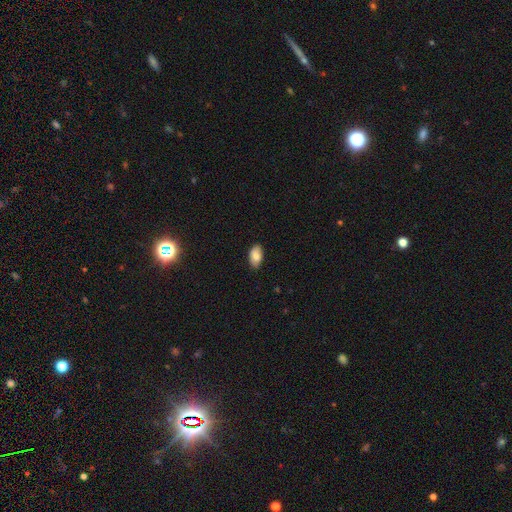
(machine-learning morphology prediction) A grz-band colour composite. It shows a smooth galaxy with no disk features (84%) that is in between round and cigar-shaped (94%). Merging: none (82%).